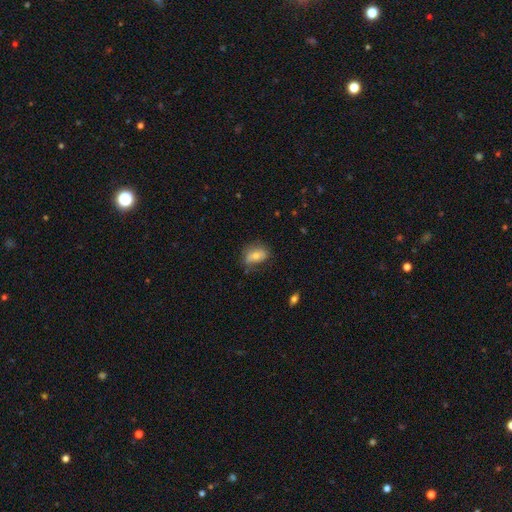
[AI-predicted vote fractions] The model was most divided on "merging": none: 59%, minor disturbance: 28%, major disturbance: 11%, merger: 2%. More confident: how rounded — in between (79%); smooth or featured — smooth (63%).